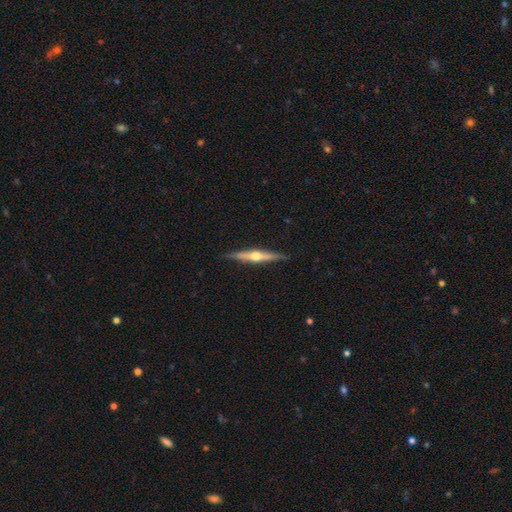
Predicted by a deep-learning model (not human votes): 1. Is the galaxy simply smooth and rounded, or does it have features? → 75% featured or disk, 20% smooth, 5% star or artifact.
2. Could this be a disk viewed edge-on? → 98% yes, 2% no.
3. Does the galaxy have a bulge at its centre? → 93% rounded, 4% none, 3% boxy.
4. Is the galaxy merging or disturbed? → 88% none, 9% minor disturbance, 2% major disturbance, 1% merger.